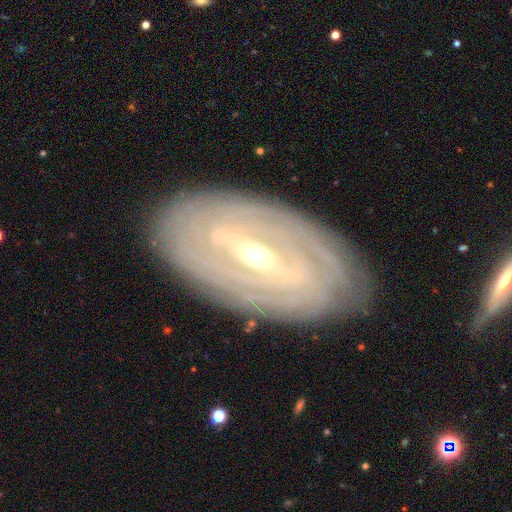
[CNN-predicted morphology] A featured or disk galaxy (84%) with a strong bar (57%), tight (79%) spiral arms (78%) and a moderate central bulge (50%). Merging: none (86%).